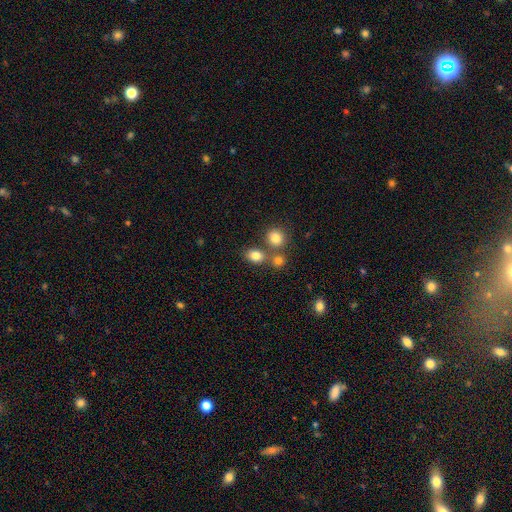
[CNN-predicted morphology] smooth 81%, star or artifact 12%, featured or disk 8%. Down the decision tree: how rounded — in between (57%); merging — none (59%).